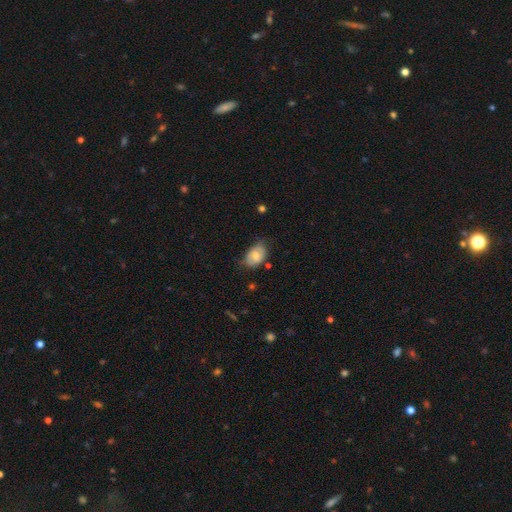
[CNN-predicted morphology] Overall: smooth (66%; featured or disk 27%). How rounded: in between (84%). Merging: none (56%; minor disturbance 34%).